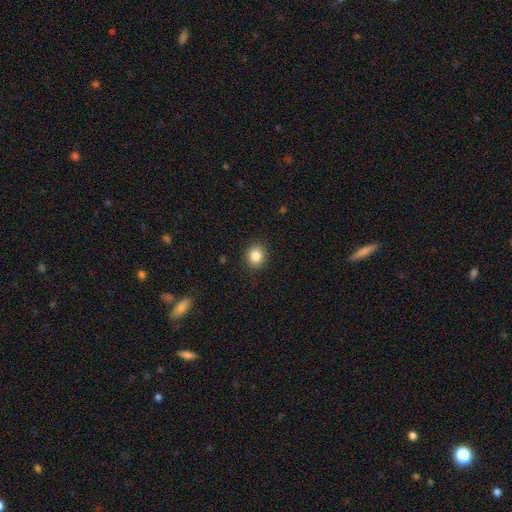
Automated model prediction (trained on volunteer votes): The model was most divided on "how rounded": round: 78%, in between: 21%, cigar-shaped: 1%. More confident: merging — none (90%); smooth or featured — smooth (85%).